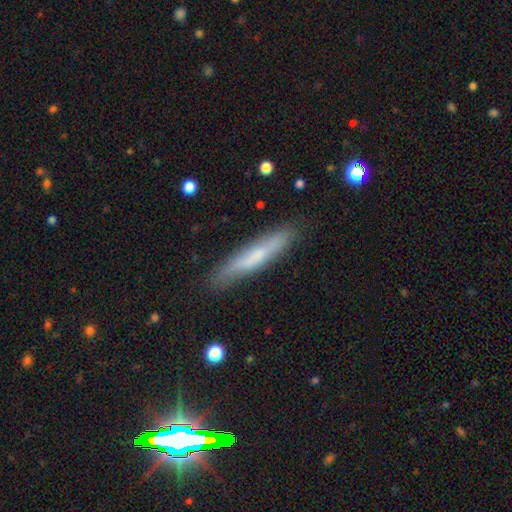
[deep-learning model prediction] A smooth galaxy with no disk features (61%) that is cigar-shaped (90%). Merging: none (83%).